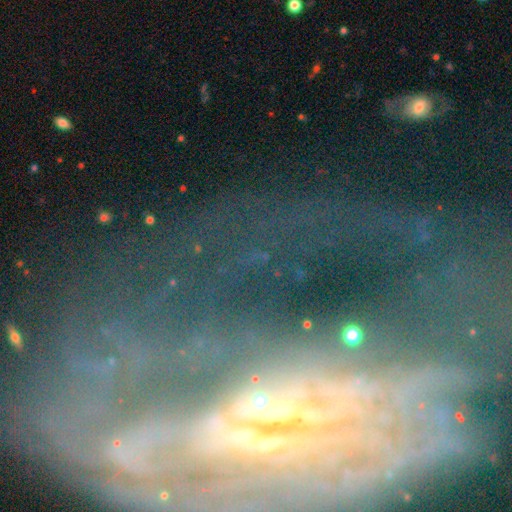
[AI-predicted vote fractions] A featured or disk galaxy (63%) with no bar (40%), spiral arms (82%) and a small central bulge (53%).

Vote fractions:
- Smooth or featured? featured or disk: 63% / star or artifact: 24% / smooth: 13%
- Edge-on disk? no: 82% / yes: 18%
- Bar? no: 40% / strong: 32% / weak: 27%
- Spiral arms? yes: 82% / no: 18%
- Bulge size? small: 53% / moderate: 30% / large: 7% / none: 6% / dominant: 4%
- Merging? none: 63% / minor disturbance: 16% / major disturbance: 15% / merger: 7%